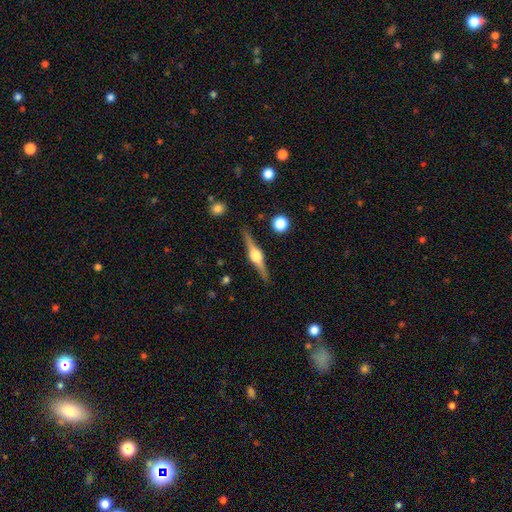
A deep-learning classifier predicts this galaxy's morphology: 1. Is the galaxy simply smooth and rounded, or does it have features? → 84% featured or disk, 10% smooth, 6% star or artifact.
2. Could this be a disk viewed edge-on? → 98% yes, 2% no.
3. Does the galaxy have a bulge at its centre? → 92% rounded, 7% boxy, 1% none.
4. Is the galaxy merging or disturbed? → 90% none, 7% minor disturbance, 2% major disturbance, 2% merger.